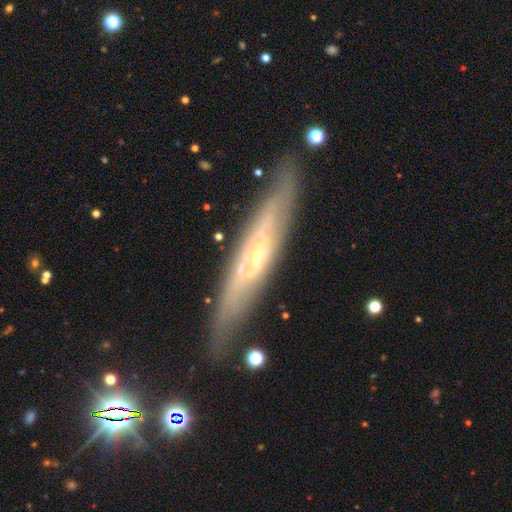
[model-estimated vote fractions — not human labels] Overall: featured or disk (76%). Edge-on disk: yes (57%; no 43%). Merging: none (82%).